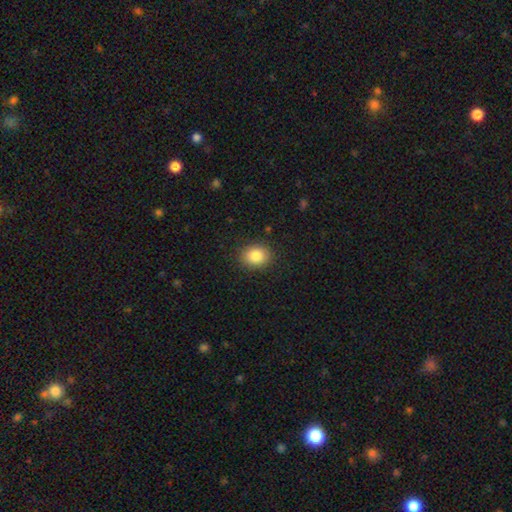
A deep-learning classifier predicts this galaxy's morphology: type=smooth (85%); roundness=round (59%); merging=none (88%).